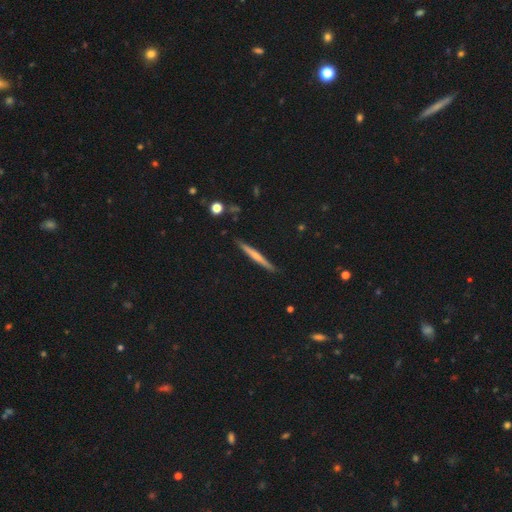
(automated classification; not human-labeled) This appears to be a smooth galaxy with no disk features (48%). Merging: none (89%).